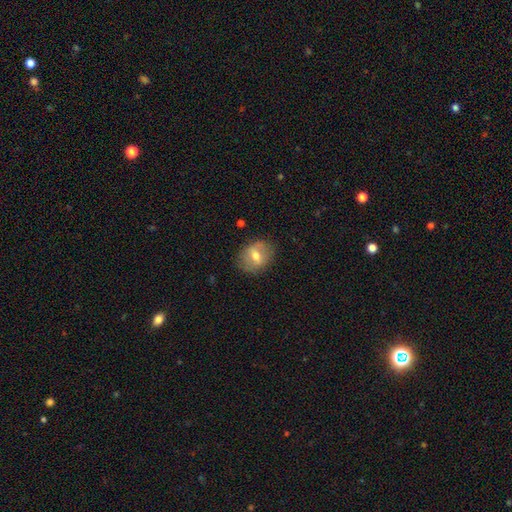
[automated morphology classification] Overall: smooth (52%; featured or disk 40%). How rounded: in between (52%; round 47%). Merging: none (79%).